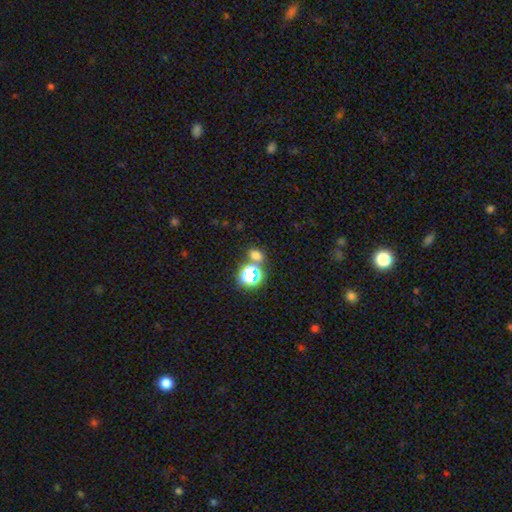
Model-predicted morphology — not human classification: This is likely a smooth galaxy (63%). How rounded: possibly in between (53%). Merging: likely none (65%).